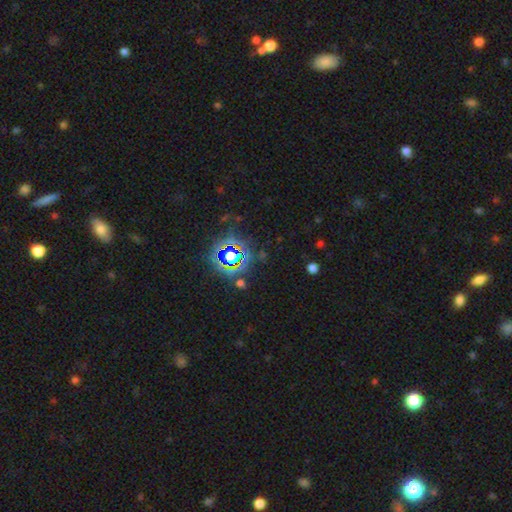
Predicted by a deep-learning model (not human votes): smooth_or_featured: star or artifact (p=0.76) [alt: smooth p=0.15]